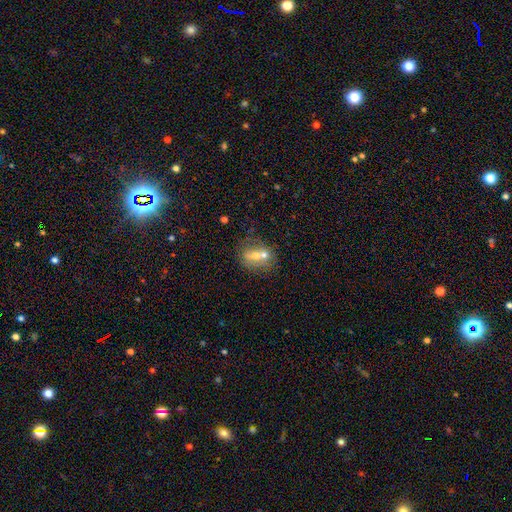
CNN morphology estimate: Smooth or featured? Predicted: smooth (p=0.52). How rounded? Predicted: in between (p=0.48). Merging? Predicted: merger (p=0.44).